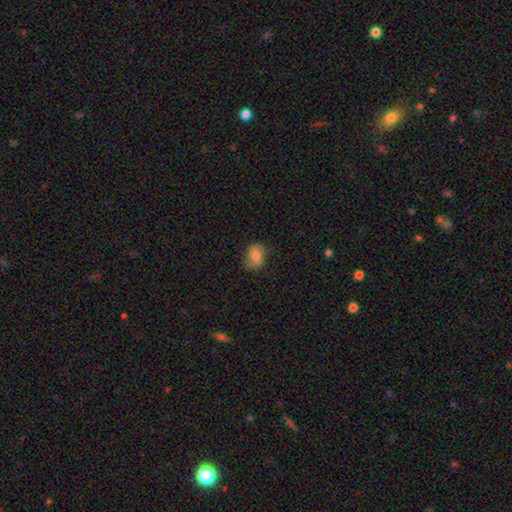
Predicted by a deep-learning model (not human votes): A smooth galaxy with no disk features (72%) that is in between round and cigar-shaped (63%).

Vote fractions:
- Smooth or featured? smooth: 72% / featured or disk: 18% / star or artifact: 10%
- How rounded? in between: 63% / round: 36% / cigar-shaped: 1%
- Merging? none: 73% / minor disturbance: 21% / major disturbance: 5% / merger: 1%